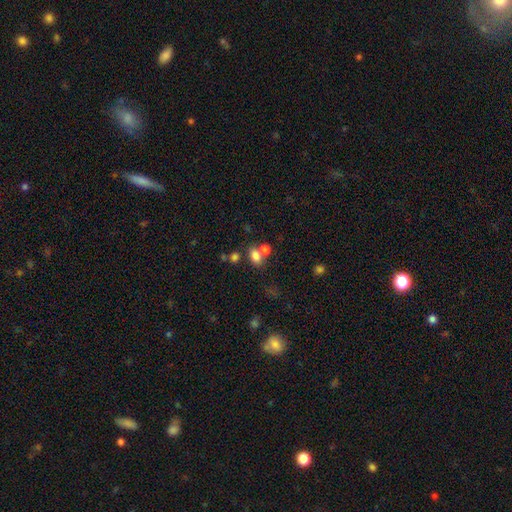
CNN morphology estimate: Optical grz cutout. It shows a smooth galaxy with no disk features (79%) that is in between round and cigar-shaped (73%). Merging: none (47%).